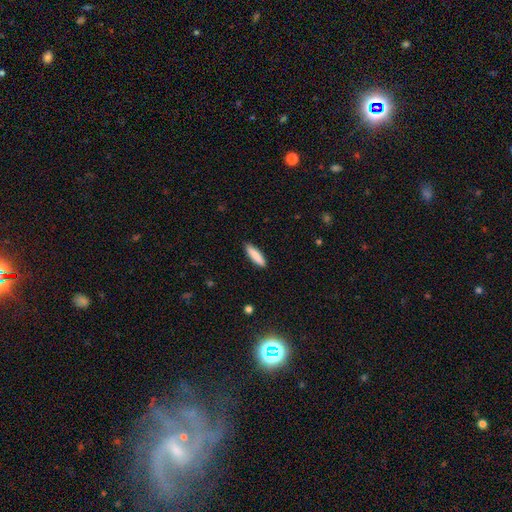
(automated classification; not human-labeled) This appears to be a smooth galaxy with no disk features (87%) that is cigar-shaped (70%). Merging: none (90%).